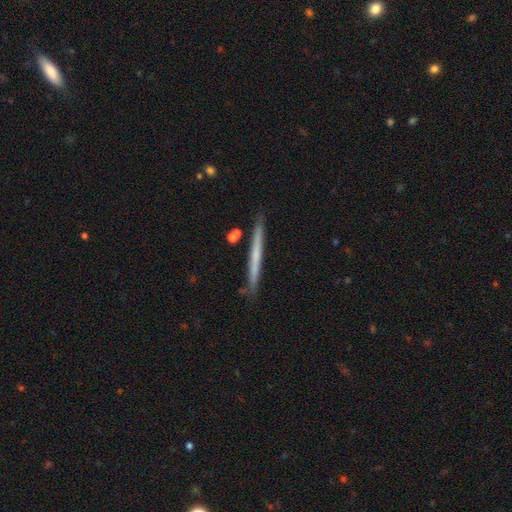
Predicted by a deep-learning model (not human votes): A smooth galaxy with no disk features (48%).

Vote fractions:
- Smooth or featured? smooth: 48% / featured or disk: 46% / star or artifact: 6%
- Merging? none: 87% / minor disturbance: 9% / merger: 2% / major disturbance: 2%